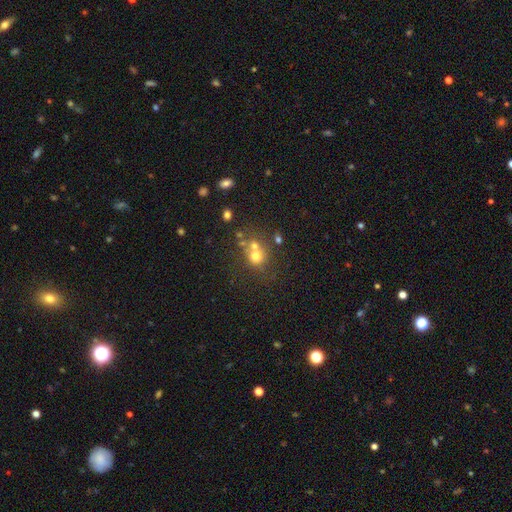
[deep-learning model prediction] This is likely a smooth galaxy (66%). How rounded: clearly round (84%). Merging: possibly none (47%).